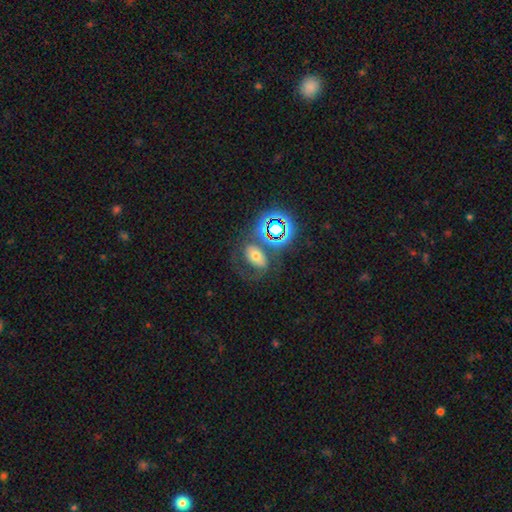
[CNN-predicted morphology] Smooth or featured: smooth — 39% (featured or disk — 37%)
Merging: none — 48% (major disturbance — 21%)